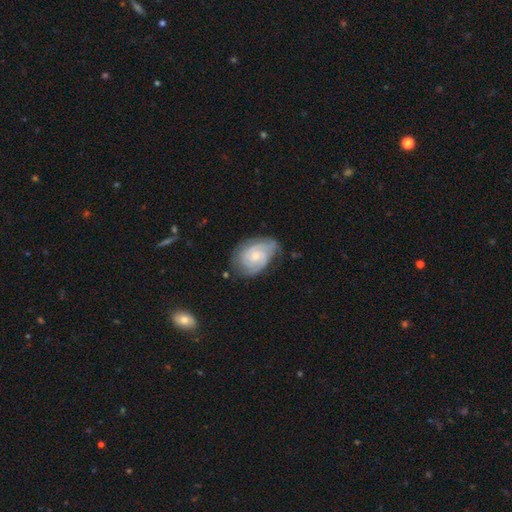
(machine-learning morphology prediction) featured or disk 80%, smooth 15%, star or artifact 5%. Down the decision tree: edge-on disk — no (98%); bar — no (62%); spiral arms — yes (95%); spiral arm count — 2 (42%); spiral winding — tight (61%); bulge size — small (57%); merging — none (63%).